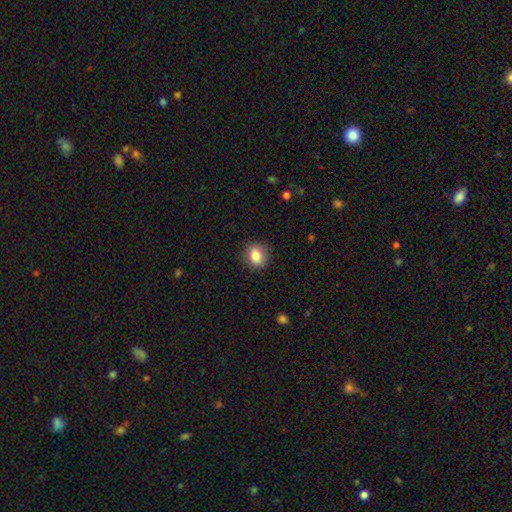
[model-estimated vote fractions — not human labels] Smooth or featured?
  - smooth: 84% *
  - star or artifact: 9%
  - featured or disk: 7%
How rounded?
  - round: 66% *
  - in between: 33%
  - cigar-shaped: 1%
Merging?
  - none: 88% *
  - minor disturbance: 9%
  - major disturbance: 2%
  - merger: 1%